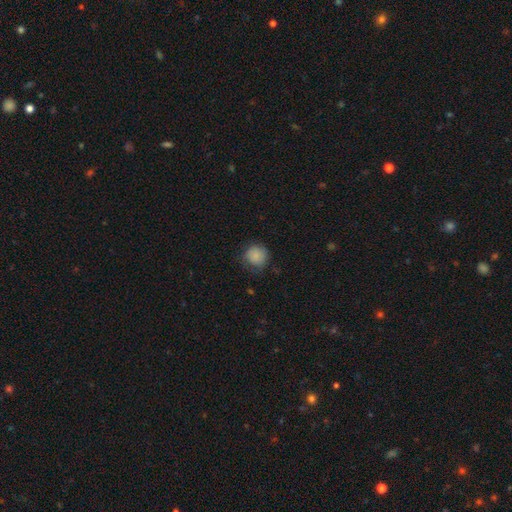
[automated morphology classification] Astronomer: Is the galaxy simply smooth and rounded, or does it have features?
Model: smooth — 84%.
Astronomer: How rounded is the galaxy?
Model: round — 89%.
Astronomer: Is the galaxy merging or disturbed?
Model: none — 69%.